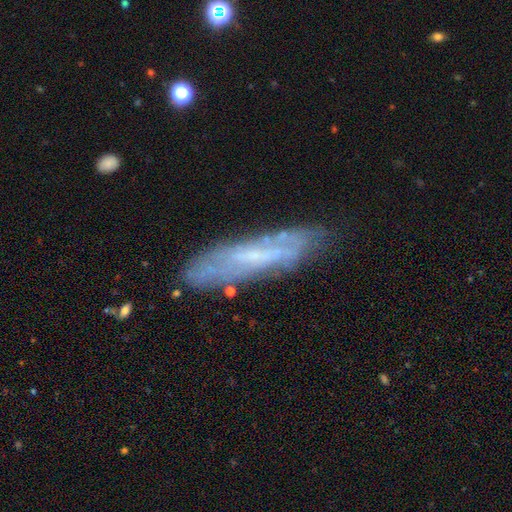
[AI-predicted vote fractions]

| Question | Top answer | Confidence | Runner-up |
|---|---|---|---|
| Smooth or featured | featured or disk | 63% | smooth (29%) |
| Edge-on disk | no | 56% | yes (44%) |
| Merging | none | 75% | minor disturbance (18%) |